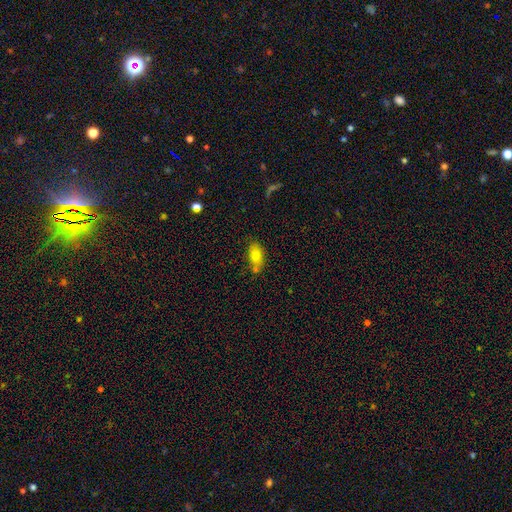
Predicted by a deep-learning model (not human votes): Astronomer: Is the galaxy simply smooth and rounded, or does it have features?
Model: smooth — 80%.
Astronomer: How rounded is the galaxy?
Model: in between — 87%.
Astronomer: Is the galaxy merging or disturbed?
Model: none — 61%.